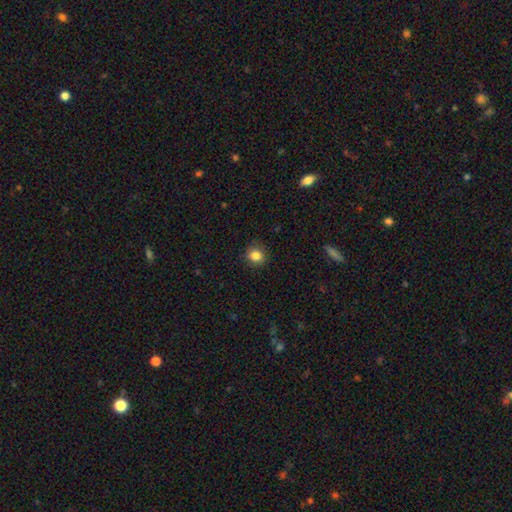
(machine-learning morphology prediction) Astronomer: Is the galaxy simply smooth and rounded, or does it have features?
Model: smooth — 84%.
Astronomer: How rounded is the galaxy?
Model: round — 80%.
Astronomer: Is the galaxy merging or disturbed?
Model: none — 88%.